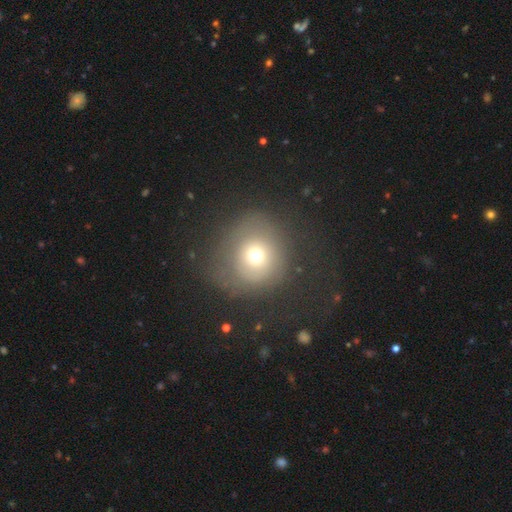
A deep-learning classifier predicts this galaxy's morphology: smooth 66%, featured or disk 19%, star or artifact 15%. Down the decision tree: how rounded — round (86%); merging — none (58%).